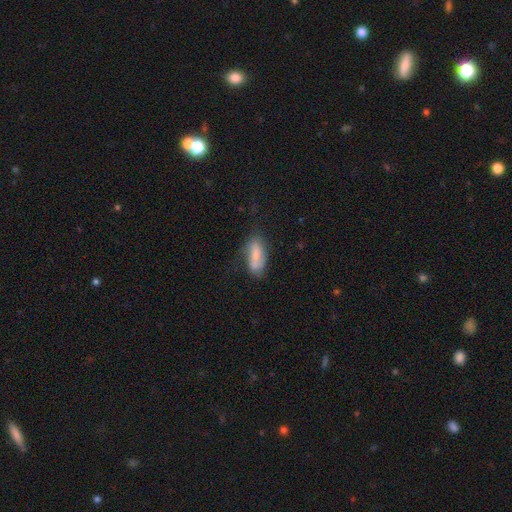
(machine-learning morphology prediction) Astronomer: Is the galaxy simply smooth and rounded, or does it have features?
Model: smooth — 66%.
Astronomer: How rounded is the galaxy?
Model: in between — 81%.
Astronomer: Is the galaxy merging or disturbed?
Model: none — 51% (runner-up: minor disturbance, 29%).